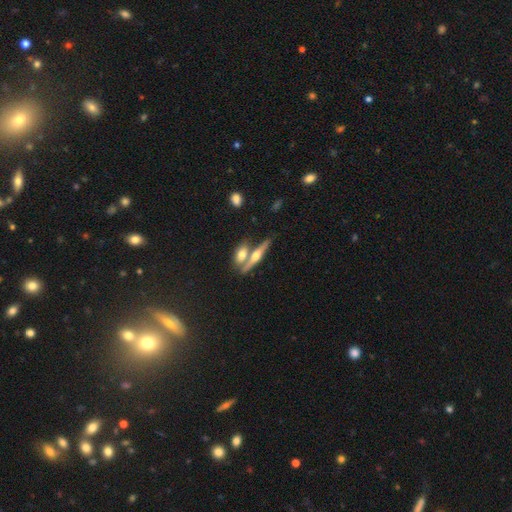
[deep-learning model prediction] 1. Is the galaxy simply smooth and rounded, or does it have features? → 61% featured or disk, 32% smooth, 7% star or artifact.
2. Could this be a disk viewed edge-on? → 92% yes, 8% no.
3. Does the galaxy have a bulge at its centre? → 92% rounded, 4% none, 4% boxy.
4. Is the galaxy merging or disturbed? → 54% none, 33% merger, 9% minor disturbance, 3% major disturbance.